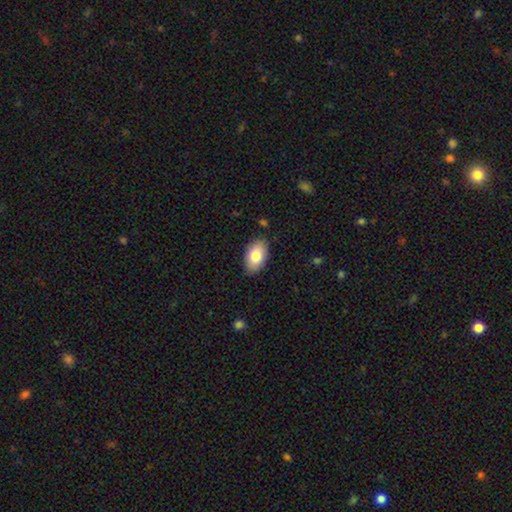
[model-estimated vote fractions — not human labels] This appears to be a smooth galaxy with no disk features (80%) that is in between round and cigar-shaped (93%). Merging: none (86%).